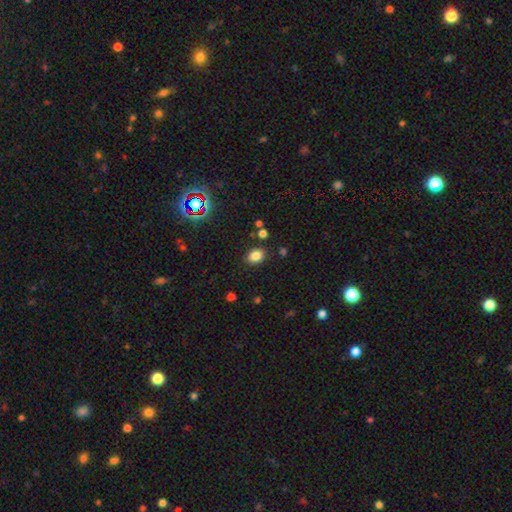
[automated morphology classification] type=smooth (81%); roundness=in between (67%); merging=none (84%).